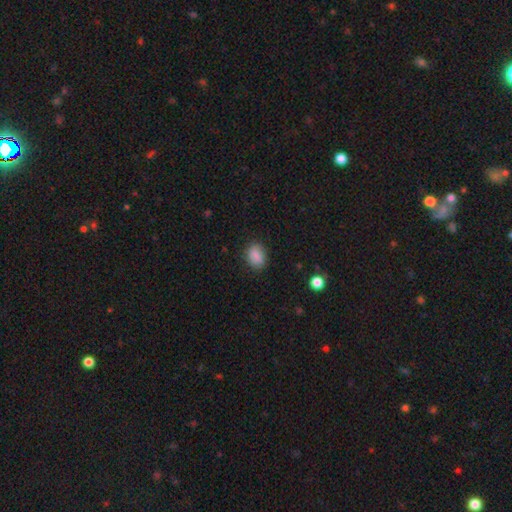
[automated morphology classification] A smooth galaxy with no disk features (85%) that is in between round and cigar-shaped (72%).

Vote fractions:
- Smooth or featured? smooth: 85% / star or artifact: 9% / featured or disk: 6%
- How rounded? in between: 72% / round: 26% / cigar-shaped: 2%
- Merging? none: 83% / minor disturbance: 13% / major disturbance: 3% / merger: 1%